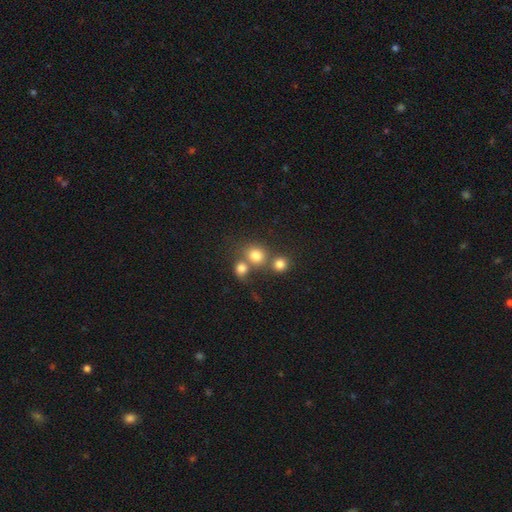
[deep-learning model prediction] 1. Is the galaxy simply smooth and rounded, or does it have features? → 77% smooth, 14% star or artifact, 9% featured or disk.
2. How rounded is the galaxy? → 82% round, 17% in between, 1% cigar-shaped.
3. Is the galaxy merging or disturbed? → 52% none, 36% merger, 8% minor disturbance, 4% major disturbance.